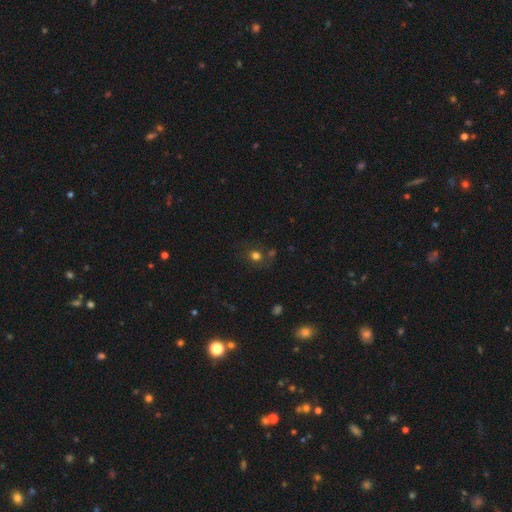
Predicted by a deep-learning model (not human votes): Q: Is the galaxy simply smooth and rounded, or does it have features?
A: smooth — 71%.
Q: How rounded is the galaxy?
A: round — 75%.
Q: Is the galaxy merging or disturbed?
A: none — 72%.